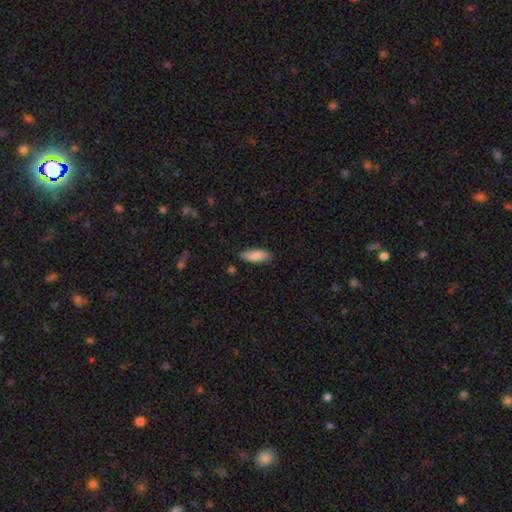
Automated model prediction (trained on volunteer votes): Smooth or featured? smooth (87%)
How rounded? in between (72%)
Merging? none (84%)